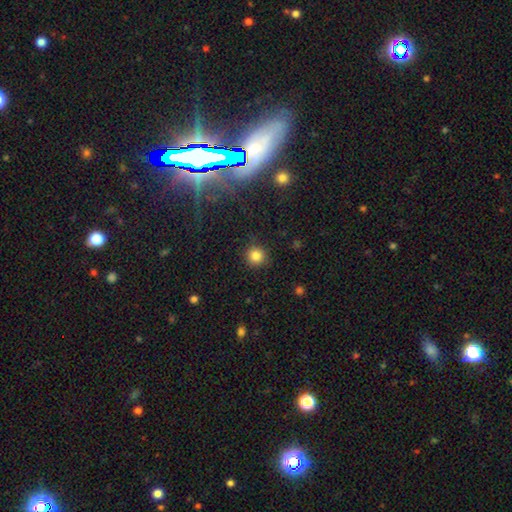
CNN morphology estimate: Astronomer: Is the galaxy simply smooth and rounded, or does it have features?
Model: smooth — 83%.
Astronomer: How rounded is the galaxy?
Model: round — 94%.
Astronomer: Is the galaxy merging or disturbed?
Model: none — 89%.